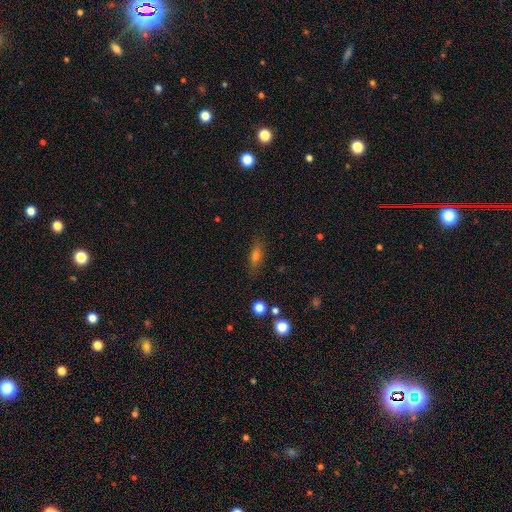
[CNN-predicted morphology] Smooth or featured?
  - smooth: 61% *
  - featured or disk: 24%
  - star or artifact: 15%
How rounded?
  - in between: 52% *
  - cigar-shaped: 41%
  - round: 7%
Merging?
  - none: 84% *
  - minor disturbance: 11%
  - major disturbance: 3%
  - merger: 2%